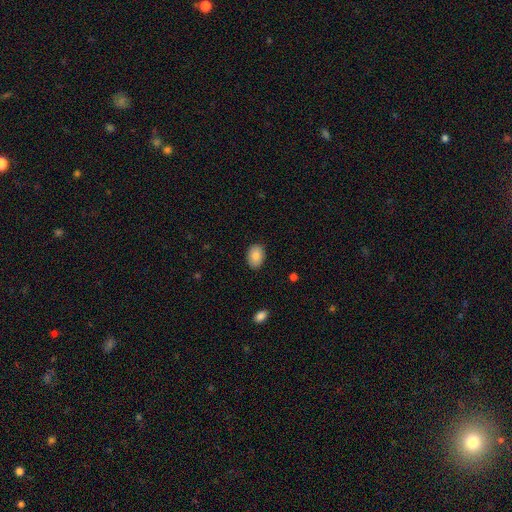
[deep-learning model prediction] This appears to be a smooth galaxy with no disk features (86%) that is in between round and cigar-shaped (83%). Merging: none (87%).